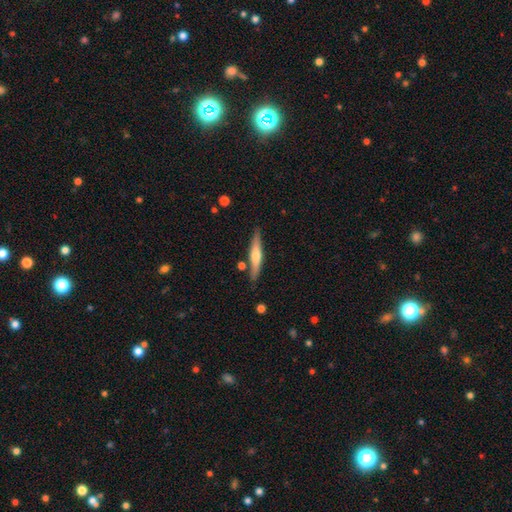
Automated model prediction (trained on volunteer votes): featured or disk 51%, smooth 44%, star or artifact 6%. Down the decision tree: edge-on disk — yes (95%); merging — none (82%).